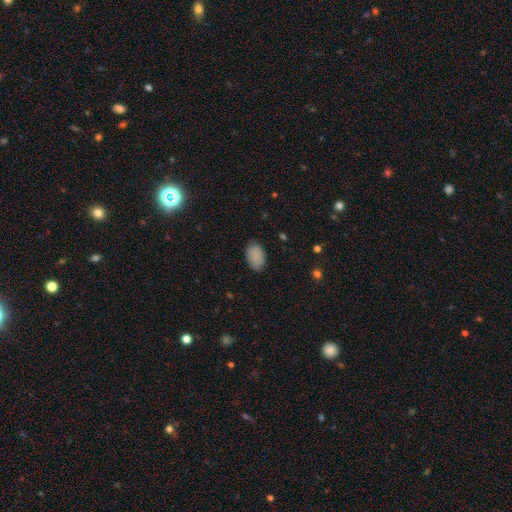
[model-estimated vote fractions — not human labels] Smooth or featured? Predicted: smooth (p=0.88). How rounded? Predicted: in between (p=0.91). Merging? Predicted: none (p=0.82).